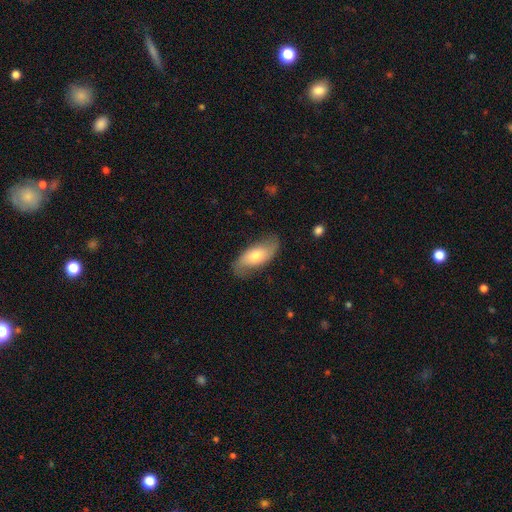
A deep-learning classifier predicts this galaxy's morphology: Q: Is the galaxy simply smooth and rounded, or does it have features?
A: smooth — 55%.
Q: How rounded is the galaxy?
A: in between — 86%.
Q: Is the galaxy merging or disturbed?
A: none — 75%.